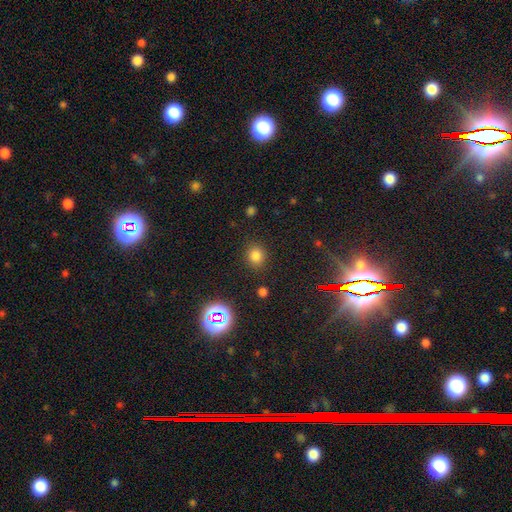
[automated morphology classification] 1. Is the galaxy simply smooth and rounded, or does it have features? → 76% smooth, 18% star or artifact, 5% featured or disk.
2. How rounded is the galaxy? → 80% round, 19% in between, 1% cigar-shaped.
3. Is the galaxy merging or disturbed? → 87% none, 8% minor disturbance, 3% major disturbance, 2% merger.